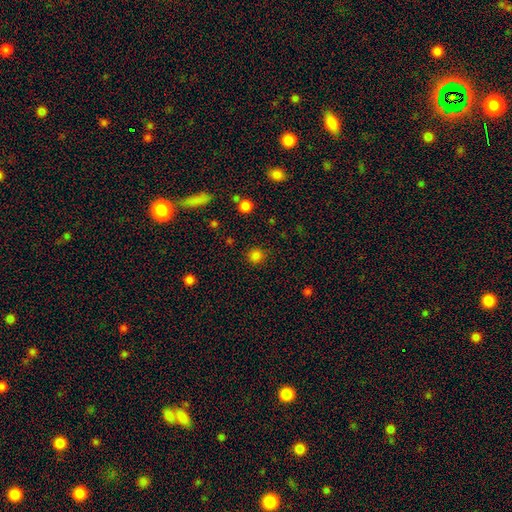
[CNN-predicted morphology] This appears to be a smooth galaxy with no disk features (82%) that is round (92%). Merging: none (89%).